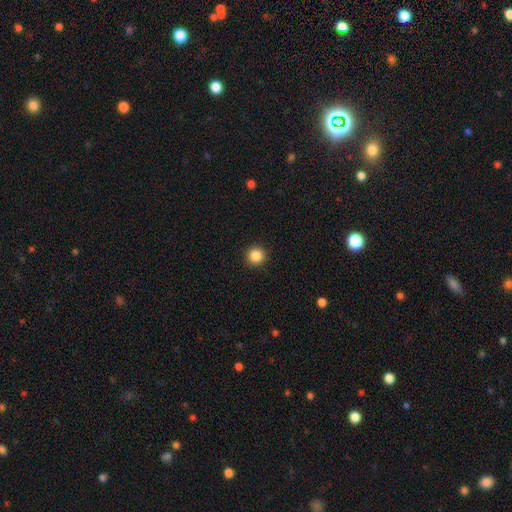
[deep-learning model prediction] Smooth or featured: smooth — 86% (star or artifact — 10%)
How rounded: round — 95% (in between — 4%)
Merging: none — 93% (minor disturbance — 4%)